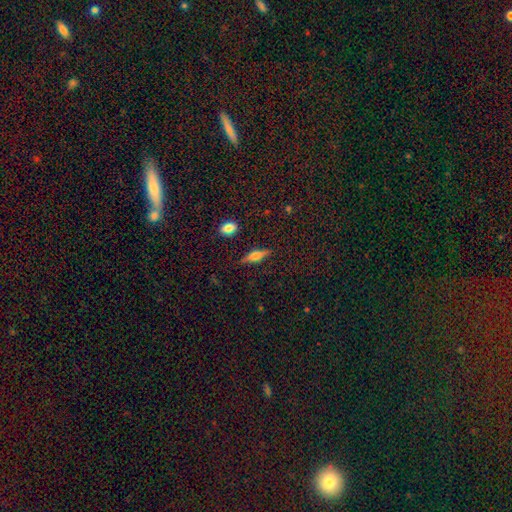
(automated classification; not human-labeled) A featured or disk galaxy (52%) viewed edge-on (94%). Merging: none (86%).